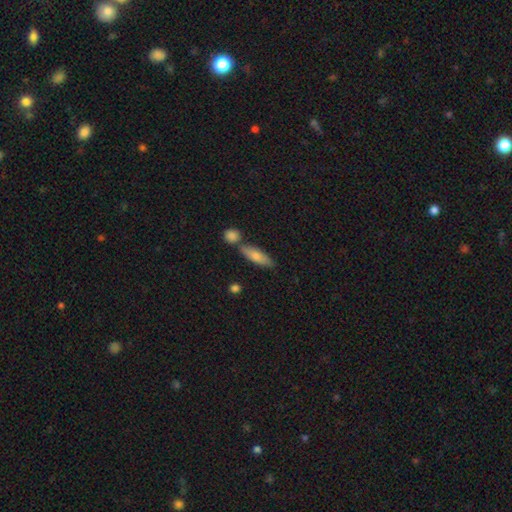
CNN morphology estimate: Smooth or featured? smooth (71%)
How rounded? cigar-shaped (55%)
Merging? none (64%)